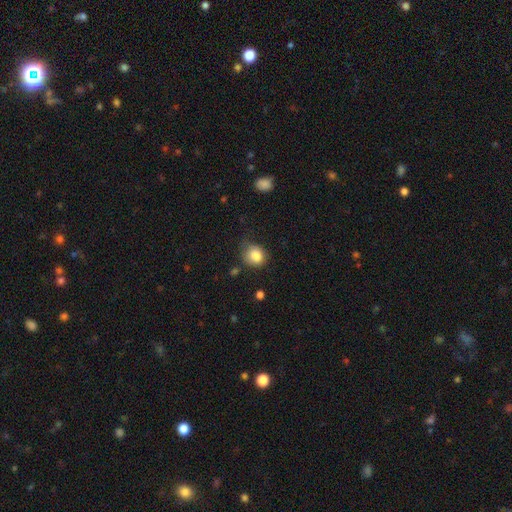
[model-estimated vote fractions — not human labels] Smooth or featured? Predicted: smooth (p=0.85). How rounded? Predicted: round (p=0.70). Merging? Predicted: none (p=0.61).